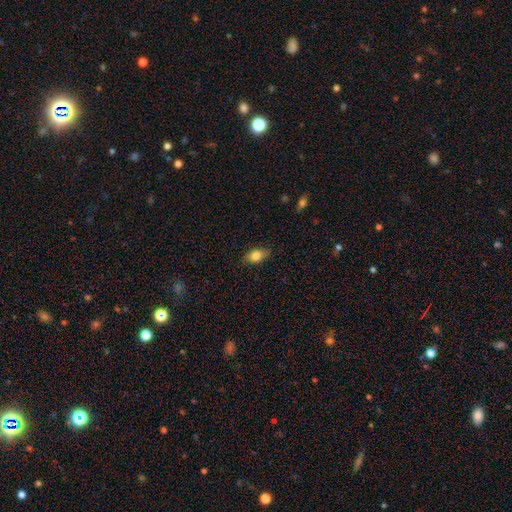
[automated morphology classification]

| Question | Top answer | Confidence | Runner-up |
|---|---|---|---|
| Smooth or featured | smooth | 78% | featured or disk (14%) |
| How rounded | in between | 82% | round (13%) |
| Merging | none | 80% | minor disturbance (16%) |